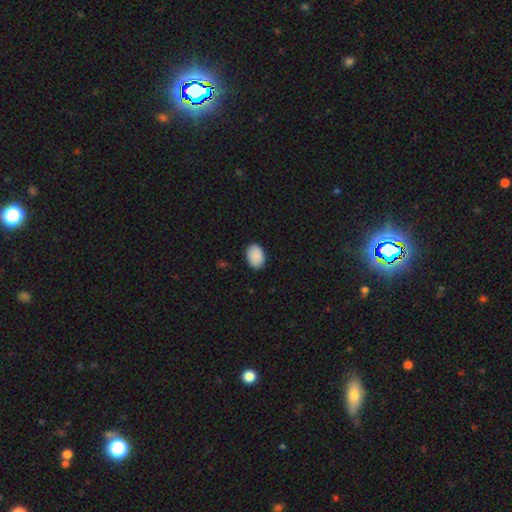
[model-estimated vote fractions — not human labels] Overall: smooth (91%). How rounded: in between (84%). Merging: none (89%).